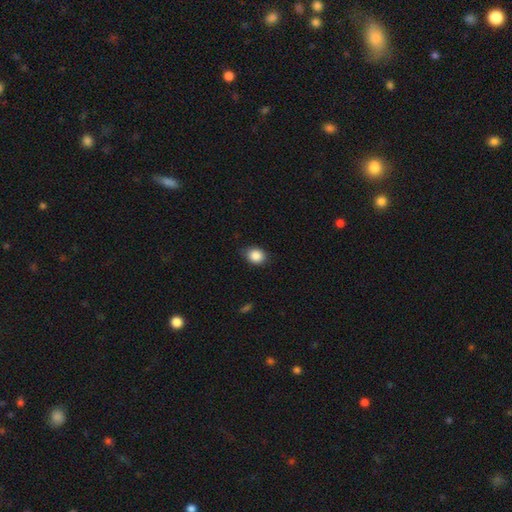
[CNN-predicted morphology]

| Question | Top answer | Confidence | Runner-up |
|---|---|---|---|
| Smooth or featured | smooth | 86% | star or artifact (9%) |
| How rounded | round | 54% | in between (45%) |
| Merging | none | 77% | minor disturbance (19%) |